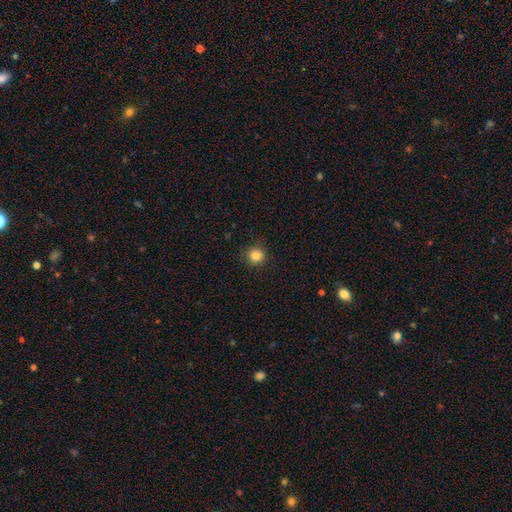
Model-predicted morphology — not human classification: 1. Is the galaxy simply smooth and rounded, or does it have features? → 84% smooth, 11% star or artifact, 5% featured or disk.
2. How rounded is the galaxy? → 89% round, 10% in between, 1% cigar-shaped.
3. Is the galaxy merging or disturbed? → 89% none, 8% minor disturbance, 2% major disturbance, 1% merger.